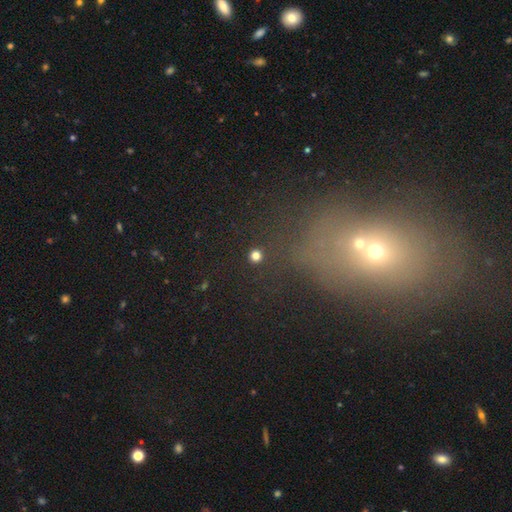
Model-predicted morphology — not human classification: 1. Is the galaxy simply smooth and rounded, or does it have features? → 79% smooth, 17% star or artifact, 4% featured or disk.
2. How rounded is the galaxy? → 94% round, 5% in between, 1% cigar-shaped.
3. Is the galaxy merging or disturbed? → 91% none, 5% minor disturbance, 2% major disturbance, 2% merger.